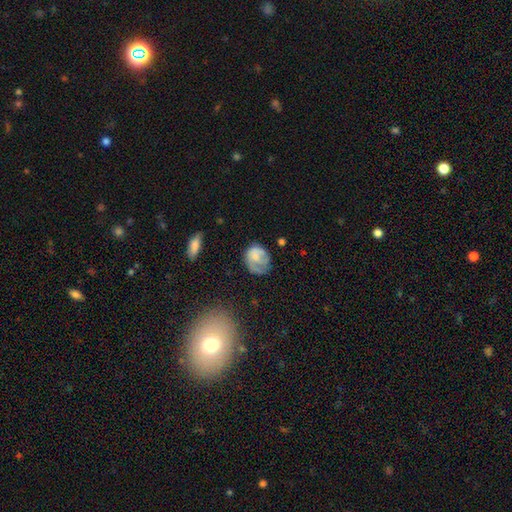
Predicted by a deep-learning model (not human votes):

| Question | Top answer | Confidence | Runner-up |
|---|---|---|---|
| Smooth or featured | smooth | 60% | featured or disk (32%) |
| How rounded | round | 59% | in between (40%) |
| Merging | none | 48% | minor disturbance (29%) |